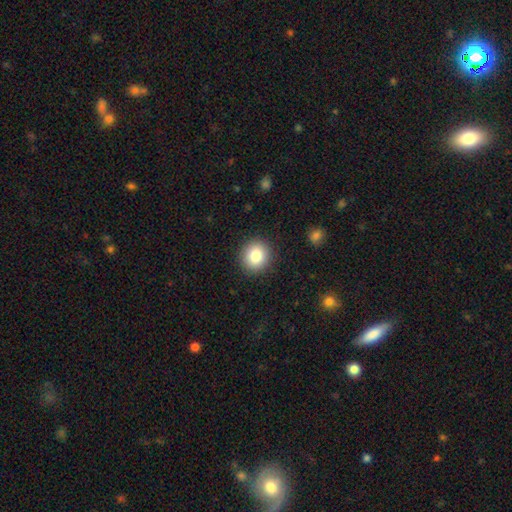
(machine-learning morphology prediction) Smooth or featured?
  - smooth: 84% *
  - star or artifact: 9%
  - featured or disk: 7%
How rounded?
  - round: 86% *
  - in between: 13%
  - cigar-shaped: 1%
Merging?
  - none: 90% *
  - minor disturbance: 7%
  - major disturbance: 2%
  - merger: 1%